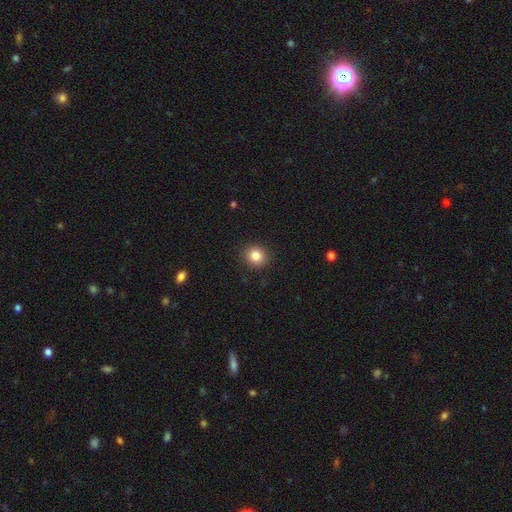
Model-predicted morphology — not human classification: Smooth or featured? smooth (85%)
How rounded? round (85%)
Merging? none (91%)